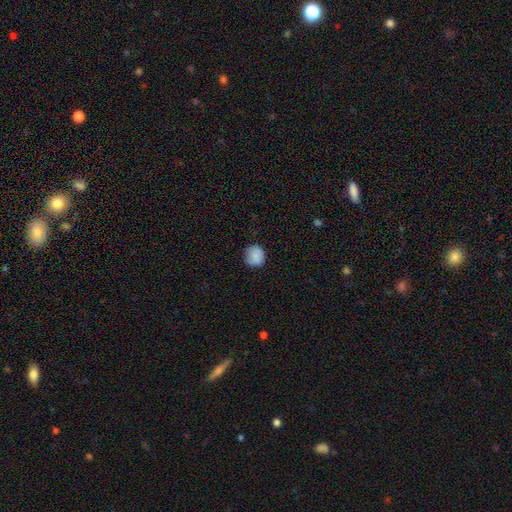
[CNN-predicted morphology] Overall: smooth (86%). How rounded: round (85%). Merging: none (79%).